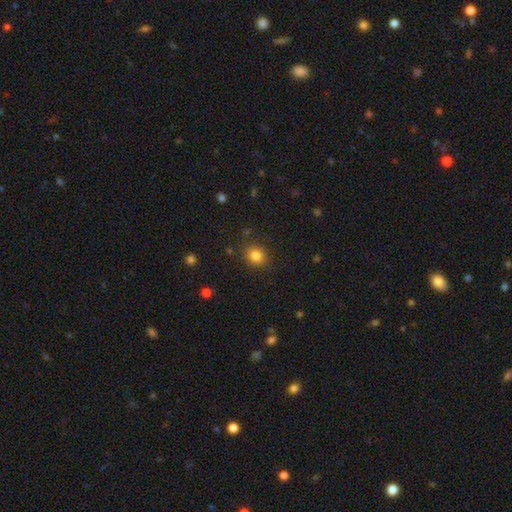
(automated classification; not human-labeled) Overall: smooth (83%). How rounded: round (75%). Merging: none (86%).